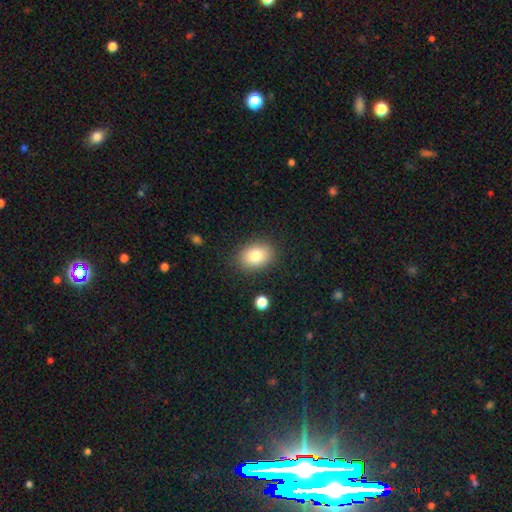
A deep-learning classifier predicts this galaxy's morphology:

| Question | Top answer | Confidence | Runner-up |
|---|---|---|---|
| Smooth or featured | smooth | 82% | featured or disk (9%) |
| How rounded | in between | 71% | round (28%) |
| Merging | none | 86% | minor disturbance (10%) |